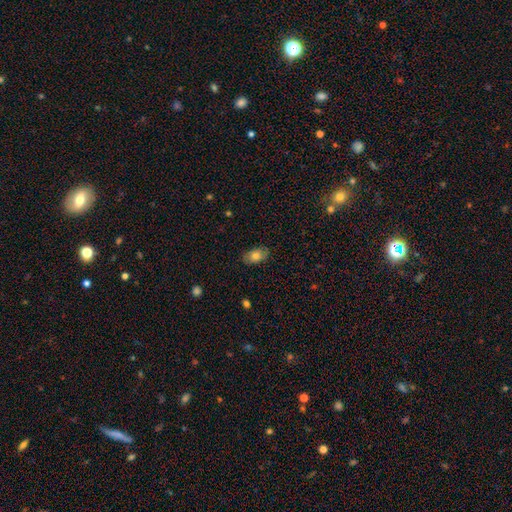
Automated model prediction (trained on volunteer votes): A smooth galaxy with no disk features (71%) that is in between round and cigar-shaped (90%). Merging: none (83%).